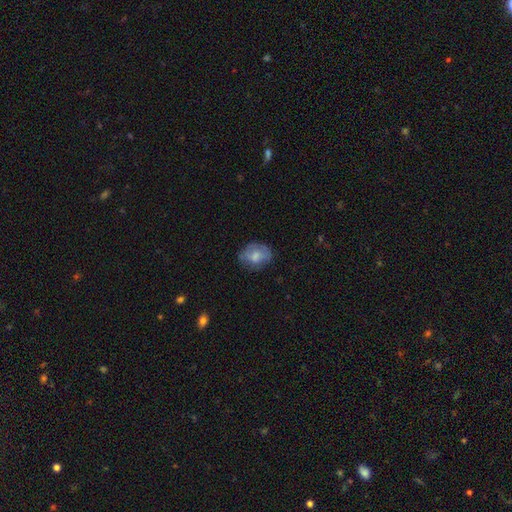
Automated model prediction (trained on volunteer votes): This is likely a smooth galaxy (61%). How rounded: possibly in between (51%). Merging: likely none (62%).